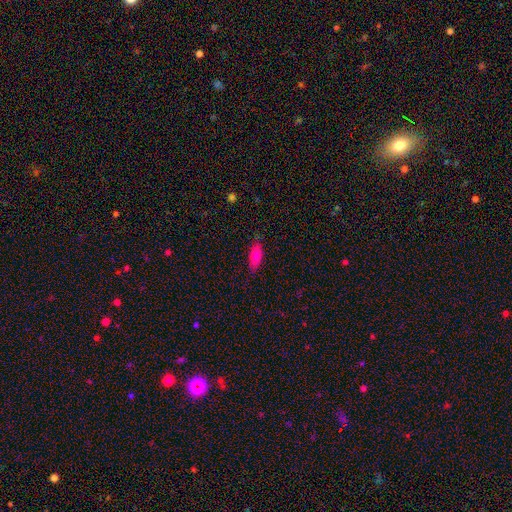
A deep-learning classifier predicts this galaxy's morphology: A smooth galaxy with no disk features (74%) that is in between round and cigar-shaped (61%).

Vote fractions:
- Smooth or featured? smooth: 74% / featured or disk: 19% / star or artifact: 7%
- How rounded? in between: 61% / cigar-shaped: 37% / round: 2%
- Merging? none: 82% / minor disturbance: 14% / major disturbance: 3% / merger: 1%